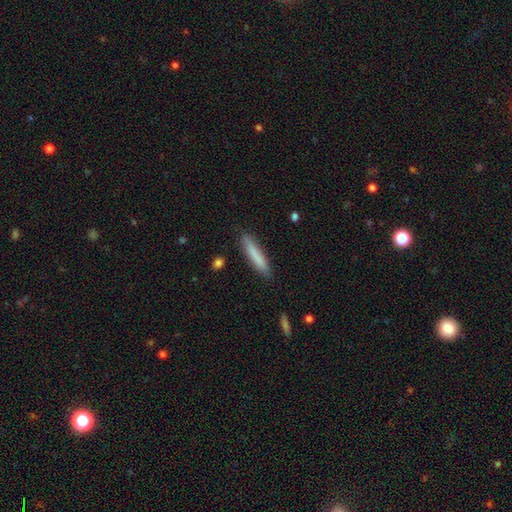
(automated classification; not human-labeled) A smooth galaxy with no disk features (82%) that is cigar-shaped (89%). Merging: none (87%).